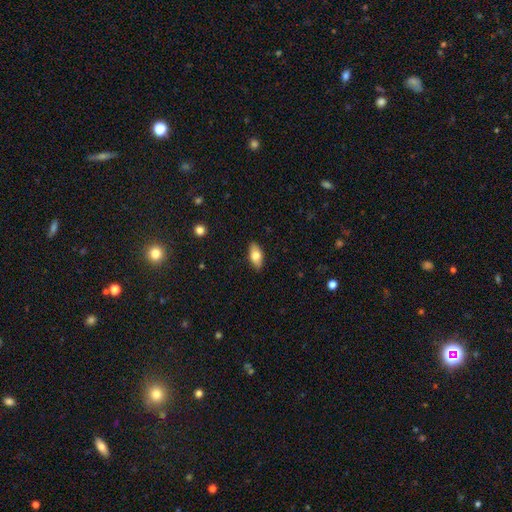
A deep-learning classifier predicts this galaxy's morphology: smooth 75%, featured or disk 18%, star or artifact 7%. Down the decision tree: how rounded — in between (88%); merging — none (88%).